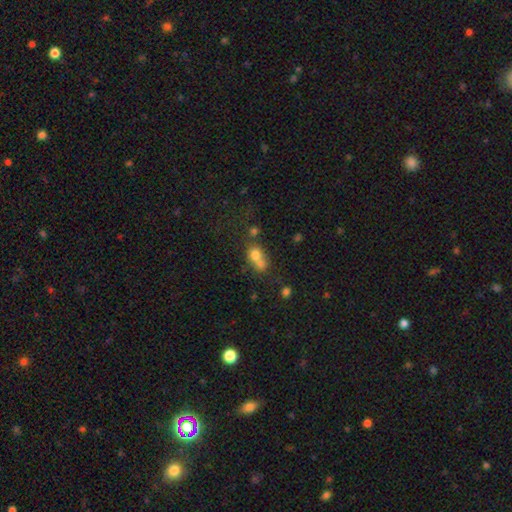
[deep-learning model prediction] Smooth or featured? smooth (70%)
How rounded? round (65%)
Merging? merger (60%)